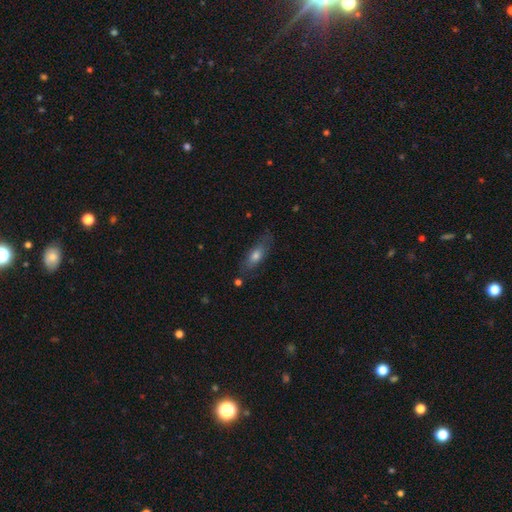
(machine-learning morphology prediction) type=smooth (63%); roundness=in between (61%); merging=none (75%).